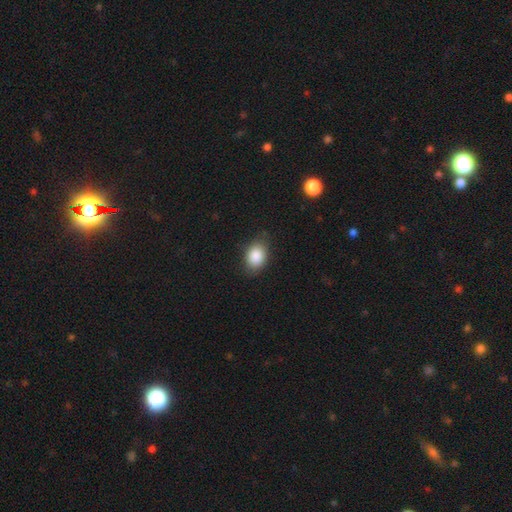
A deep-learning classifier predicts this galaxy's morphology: smooth 87%, star or artifact 8%, featured or disk 5%. Down the decision tree: how rounded — in between (75%); merging — none (79%).